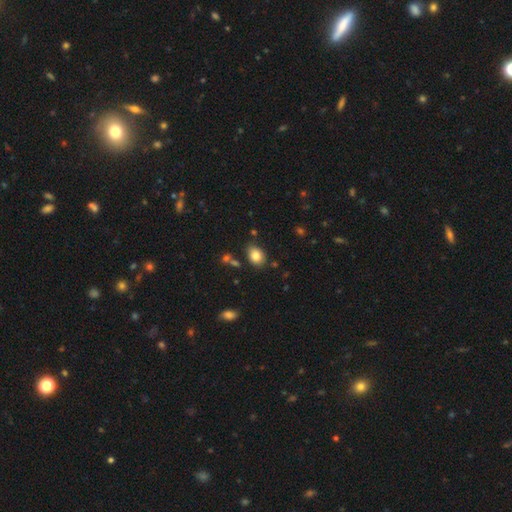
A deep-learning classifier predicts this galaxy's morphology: Smooth or featured? Predicted: smooth (p=0.83). How rounded? Predicted: in between (p=0.70). Merging? Predicted: none (p=0.78).